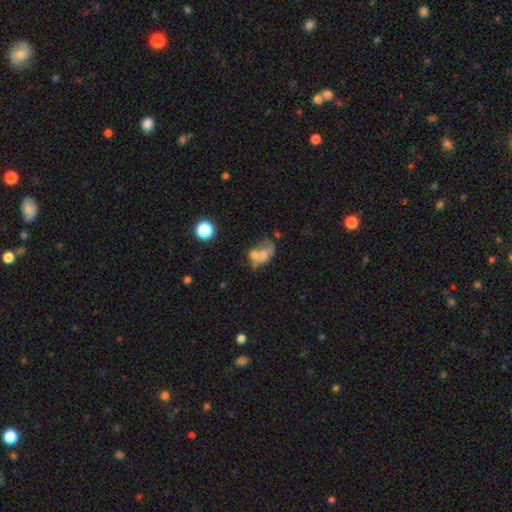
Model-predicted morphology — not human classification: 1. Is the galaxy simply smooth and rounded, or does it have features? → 54% smooth, 33% featured or disk, 13% star or artifact.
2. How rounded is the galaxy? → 77% in between, 21% round, 2% cigar-shaped.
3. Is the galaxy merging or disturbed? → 49% merger, 23% none, 14% minor disturbance, 14% major disturbance.